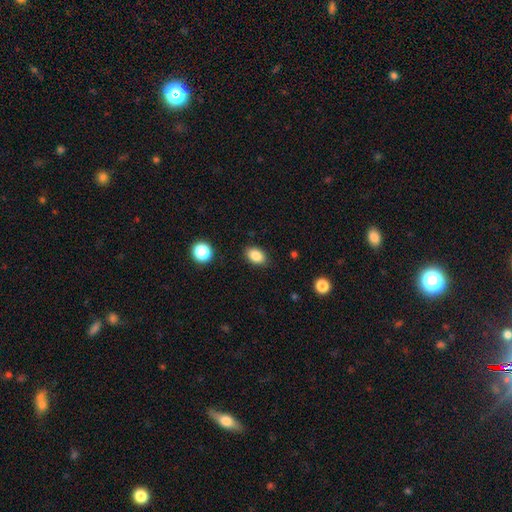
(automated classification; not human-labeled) Morphology: type=smooth (86%); roundness=in between (82%); merging=none (87%).